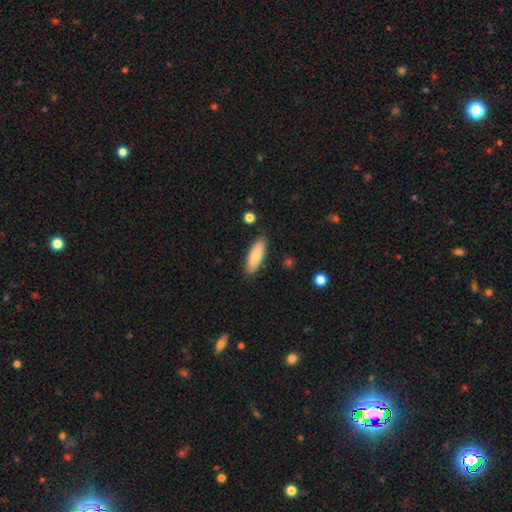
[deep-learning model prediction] smooth_or_featured: smooth (p=0.80) [alt: featured or disk p=0.14]
how_rounded: in between (p=0.64) [alt: cigar-shaped p=0.34]
merging: none (p=0.87) [alt: minor disturbance p=0.09]